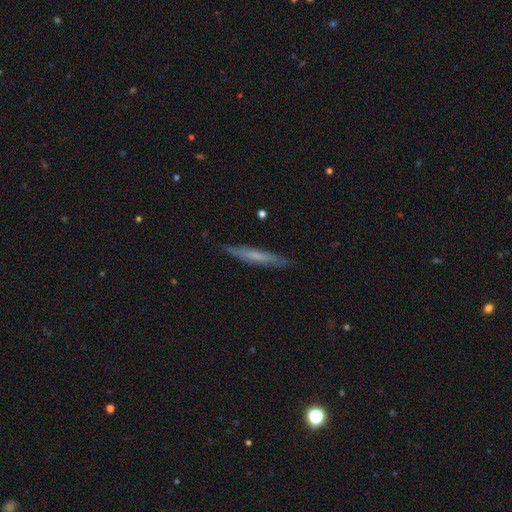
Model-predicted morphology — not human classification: Smooth or featured: smooth — 50% (featured or disk — 44%)
Merging: none — 85% (minor disturbance — 12%)